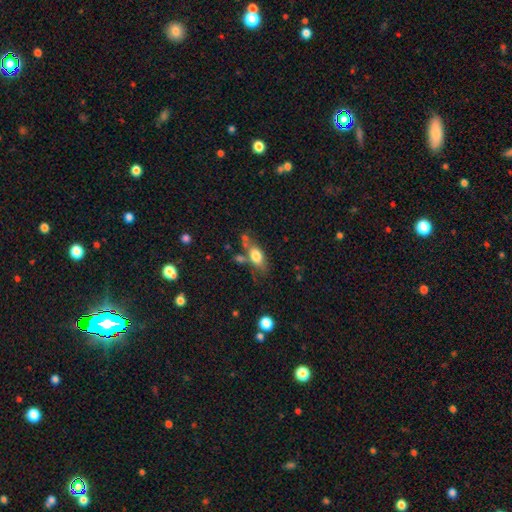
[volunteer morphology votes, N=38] This appears to be a smooth galaxy with no disk features (79%) that is in between round and cigar-shaped (83%). Merging: none (60%).